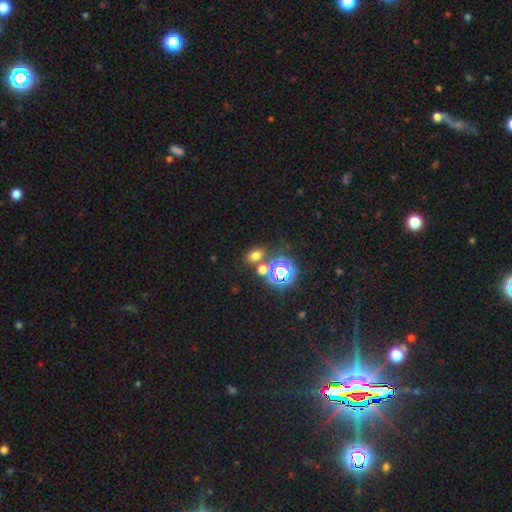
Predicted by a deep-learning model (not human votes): Overall: smooth (62%; star or artifact 30%). How rounded: in between (71%). Merging: none (70%).